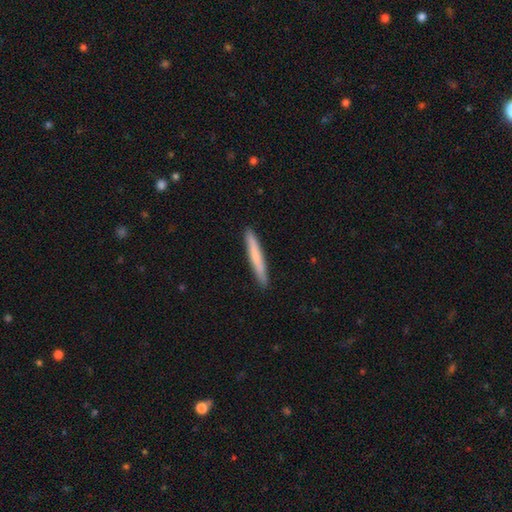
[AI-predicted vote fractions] Smooth or featured?
  - smooth: 69% *
  - featured or disk: 26%
  - star or artifact: 5%
How rounded?
  - cigar-shaped: 96% *
  - in between: 3%
  - round: 1%
Merging?
  - none: 92% *
  - minor disturbance: 6%
  - major disturbance: 1%
  - merger: 1%